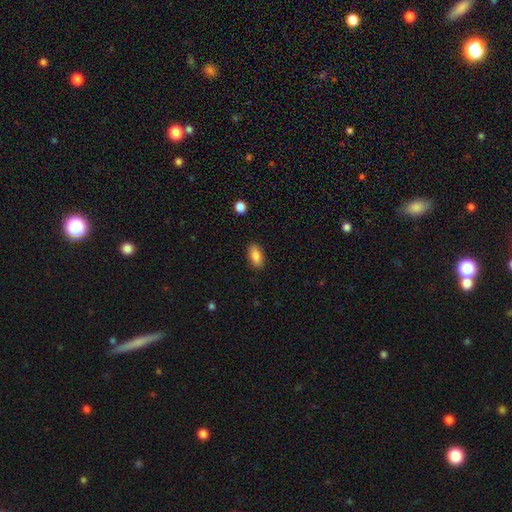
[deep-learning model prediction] This appears to be a smooth galaxy with no disk features (87%) that is in between round and cigar-shaped (90%). Merging: none (88%).